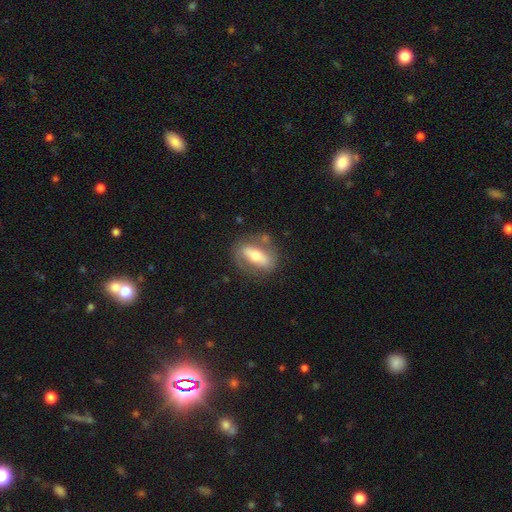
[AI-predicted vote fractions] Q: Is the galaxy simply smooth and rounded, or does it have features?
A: featured or disk — 50%.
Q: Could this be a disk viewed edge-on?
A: no — 72%.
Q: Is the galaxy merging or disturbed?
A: none — 72%.